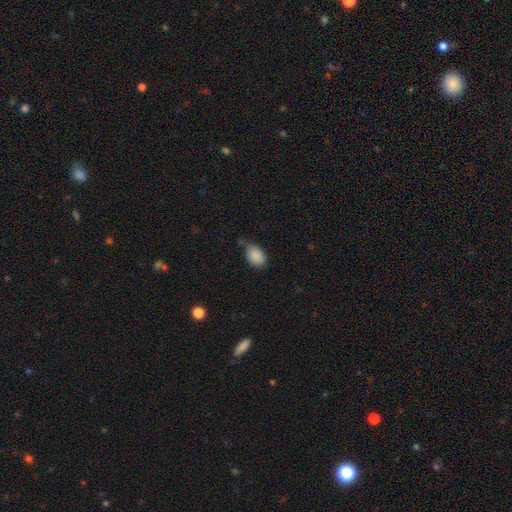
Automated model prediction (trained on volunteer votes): smooth 88%, star or artifact 8%, featured or disk 4%. Down the decision tree: how rounded — in between (82%); merging — none (58%).